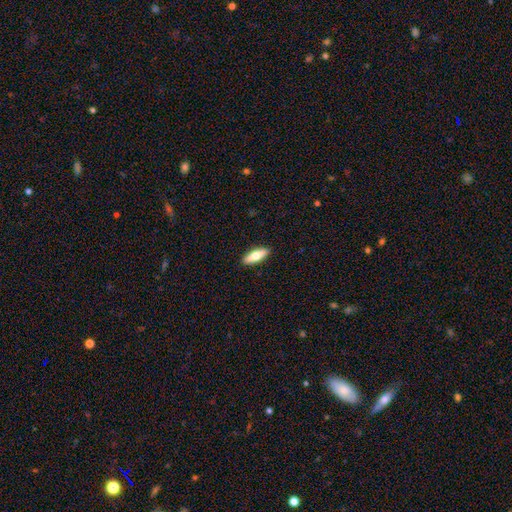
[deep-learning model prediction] A smooth galaxy with no disk features (65%) that is in between round and cigar-shaped (52%).

Vote fractions:
- Smooth or featured? smooth: 65% / featured or disk: 30% / star or artifact: 6%
- How rounded? in between: 52% / cigar-shaped: 45% / round: 2%
- Merging? none: 91% / minor disturbance: 7% / major disturbance: 2% / merger: 1%